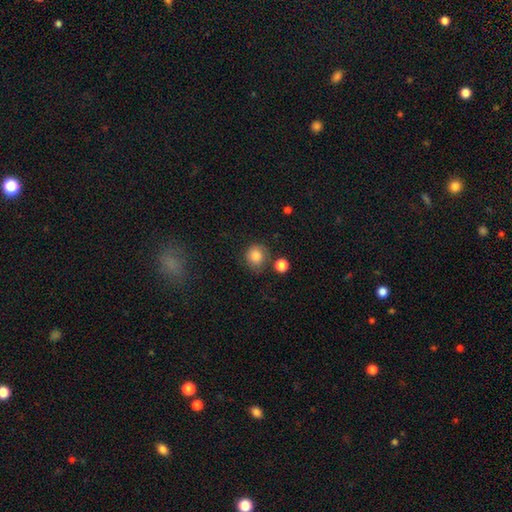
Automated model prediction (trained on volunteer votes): Morphology: type=smooth (84%); roundness=round (84%); merging=none (71%).